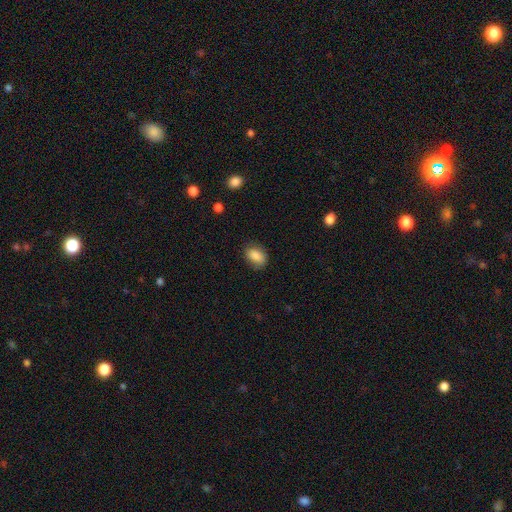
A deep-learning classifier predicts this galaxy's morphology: smooth-or-featured: smooth: 87% | star or artifact: 8% | featured or disk: 5%
  how-rounded: in between: 85% | round: 13% | cigar-shaped: 2%
  merging: none: 80% | minor disturbance: 15% | major disturbance: 4% | merger: 1%